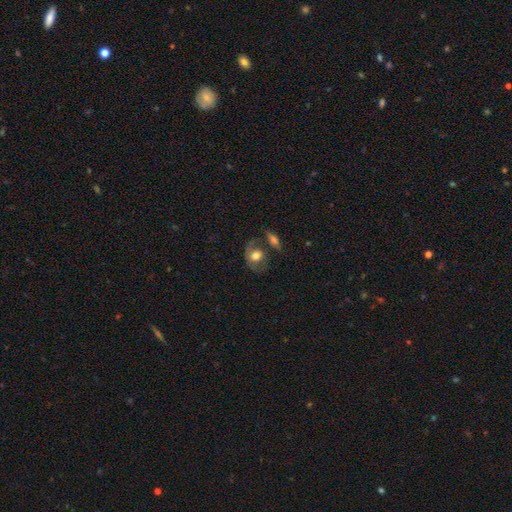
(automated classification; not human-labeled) This is possibly a smooth galaxy (56%). How rounded: possibly in between (52%). Merging: marginally none (44%).